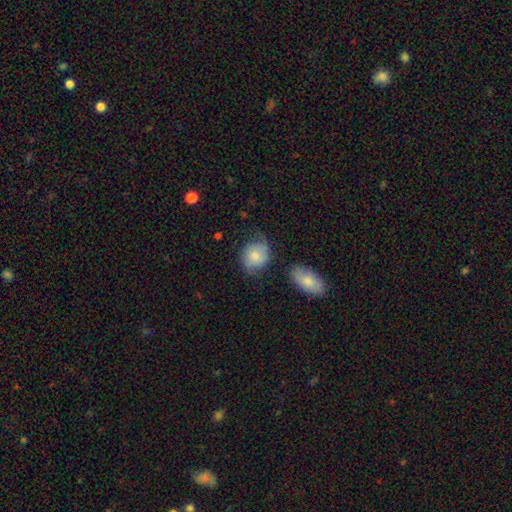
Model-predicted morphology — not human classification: type=smooth (77%); roundness=round (65%); merging=none (65%).